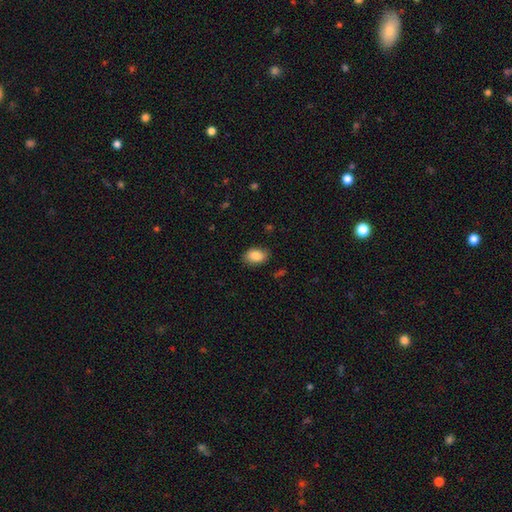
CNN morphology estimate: Smooth or featured? smooth (86%)
How rounded? in between (87%)
Merging? none (85%)